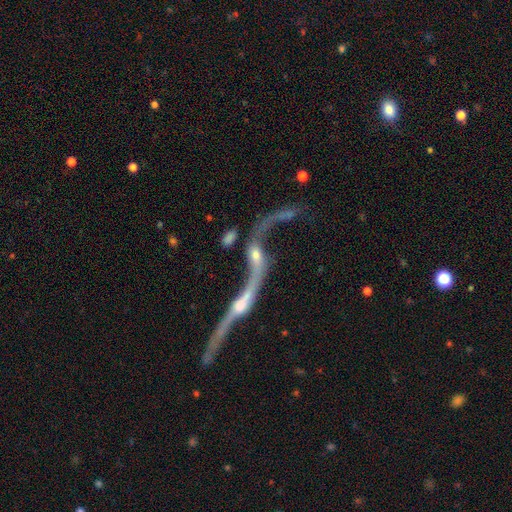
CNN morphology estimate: Q: Smooth or featured?
A: featured or disk (78%); runner-up: smooth (13%)
Q: Edge-on disk?
A: no (75%); runner-up: yes (25%)
Q: Bar?
A: no (57%); runner-up: weak (28%)
Q: Spiral arms?
A: yes (73%); runner-up: no (27%)
Q: Bulge size?
A: moderate (45%); runner-up: small (35%)
Q: Merging?
A: merger (59%); runner-up: none (19%)